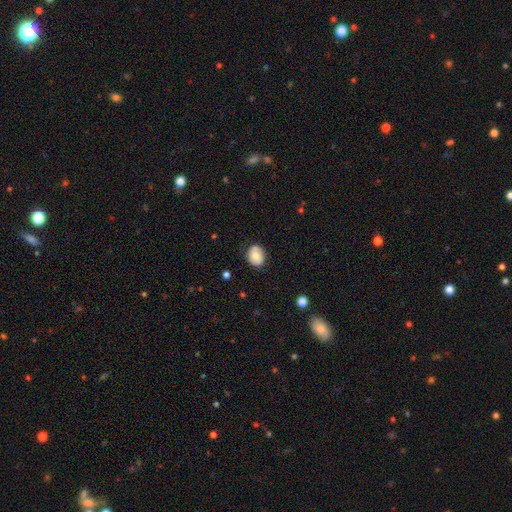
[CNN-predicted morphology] smooth_or_featured: smooth (p=0.68) [alt: featured or disk p=0.24]
how_rounded: round (p=0.58) [alt: in between p=0.41]
merging: none (p=0.79) [alt: minor disturbance p=0.16]